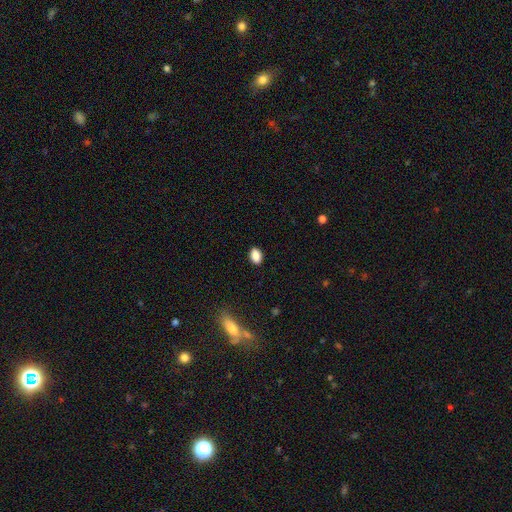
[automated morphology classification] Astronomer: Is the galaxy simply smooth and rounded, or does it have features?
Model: smooth — 88%.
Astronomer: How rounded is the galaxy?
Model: in between — 86%.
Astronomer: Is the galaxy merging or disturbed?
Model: none — 88%.